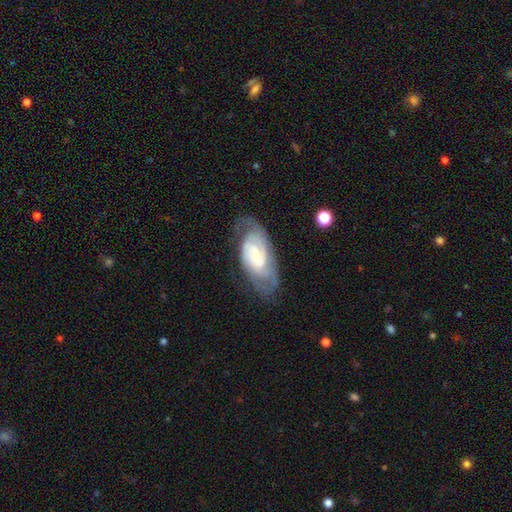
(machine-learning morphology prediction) This is likely a featured or disk galaxy (77%). It is clearly not viewed edge-on (94%). Bar: possibly weak (45%). Spiral arm pattern: clearly yes (92%). Spiral arm count: possibly 2 (51%). Spiral winding: possibly tight (53%). Central bulge: possibly small (57%). Merging: likely none (66%).